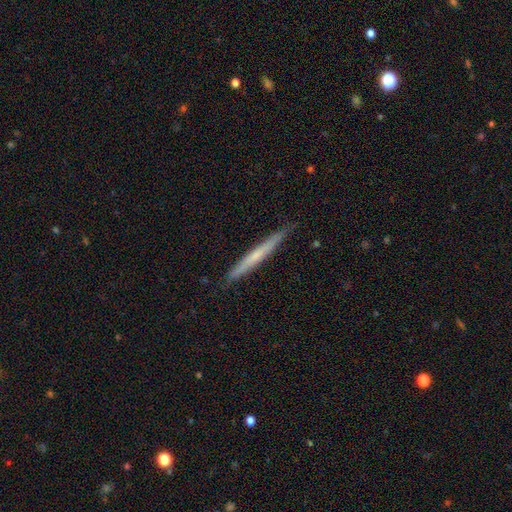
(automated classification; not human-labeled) Q: Smooth or featured?
A: smooth (50%); runner-up: featured or disk (45%)
Q: Merging?
A: none (88%); runner-up: minor disturbance (9%)